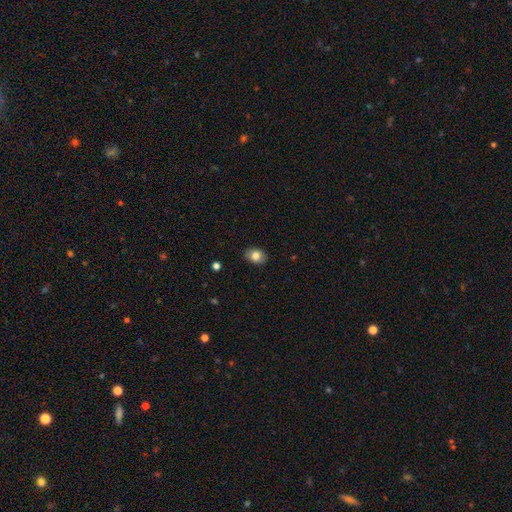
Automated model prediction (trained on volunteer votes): smooth-or-featured: smooth: 81% | featured or disk: 11% | star or artifact: 8%
  how-rounded: in between: 69% | round: 30% | cigar-shaped: 1%
  merging: none: 86% | minor disturbance: 11% | major disturbance: 2% | merger: 1%